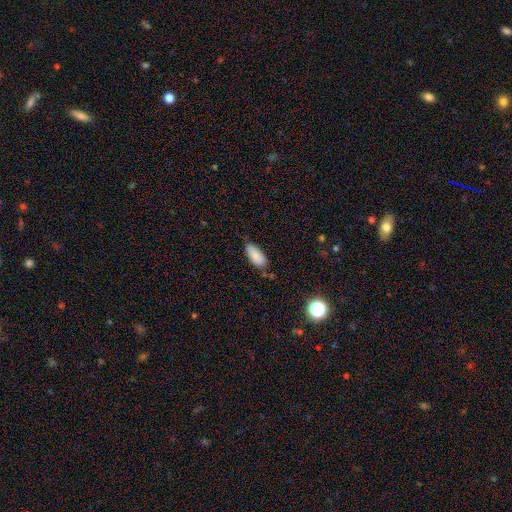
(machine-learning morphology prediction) This is clearly a smooth galaxy (85%). How rounded: clearly in between (89%). Merging: likely none (62%).